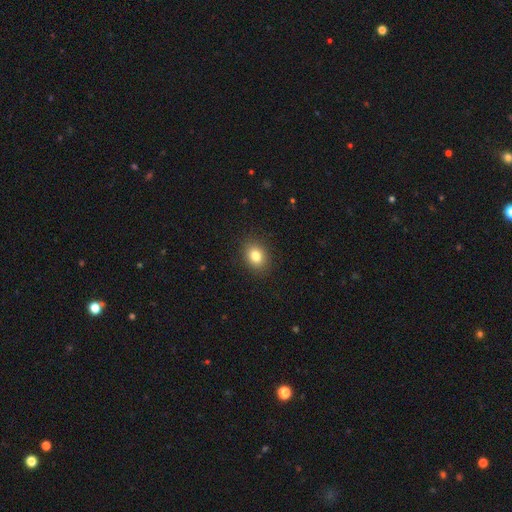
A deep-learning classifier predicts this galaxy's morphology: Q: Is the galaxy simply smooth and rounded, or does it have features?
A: smooth — 82%.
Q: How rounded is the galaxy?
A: in between — 55%.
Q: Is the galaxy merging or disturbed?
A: none — 89%.